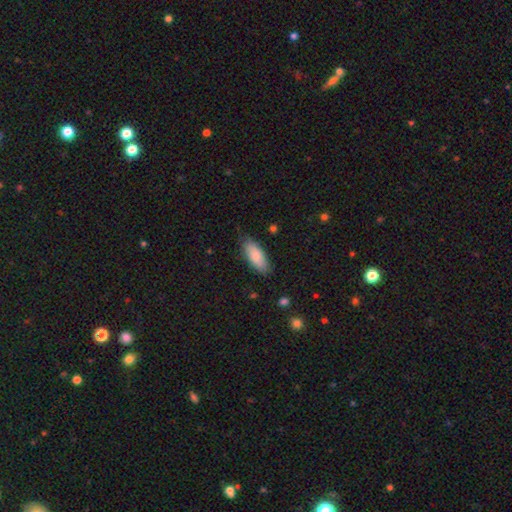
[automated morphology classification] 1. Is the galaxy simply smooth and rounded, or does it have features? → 84% smooth, 10% featured or disk, 6% star or artifact.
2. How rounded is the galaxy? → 76% in between, 22% cigar-shaped, 2% round.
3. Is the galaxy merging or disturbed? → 82% none, 14% minor disturbance, 3% major disturbance, 1% merger.